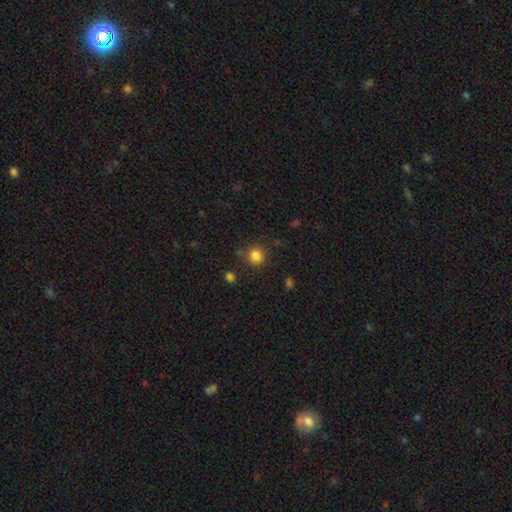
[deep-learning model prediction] This appears to be a smooth galaxy with no disk features (83%) that is round (93%). Merging: none (83%).